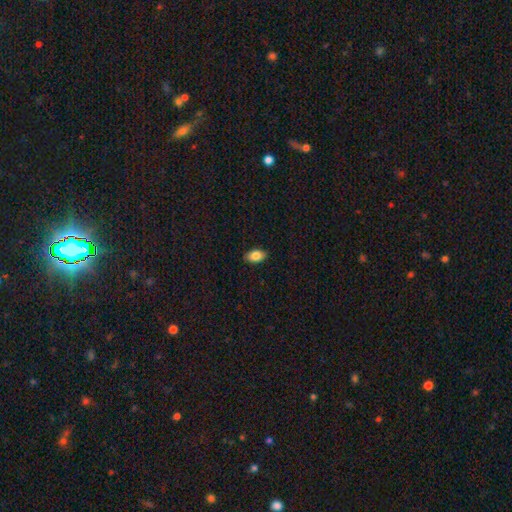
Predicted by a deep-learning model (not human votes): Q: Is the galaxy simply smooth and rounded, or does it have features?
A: smooth — 84%.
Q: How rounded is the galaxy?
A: in between — 91%.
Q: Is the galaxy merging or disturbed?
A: none — 88%.